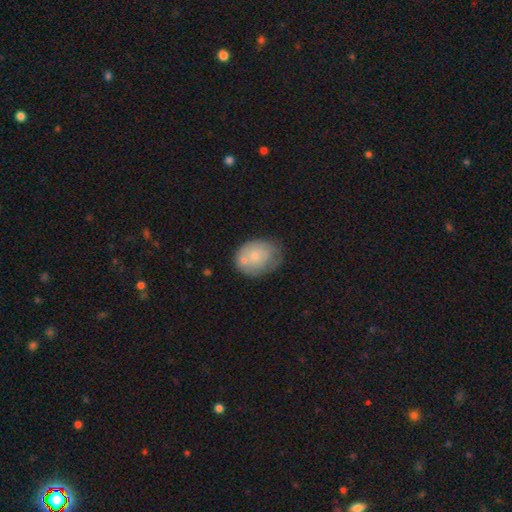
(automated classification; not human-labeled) smooth 64%, featured or disk 29%, star or artifact 7%. Down the decision tree: how rounded — in between (61%); merging — none (42%).